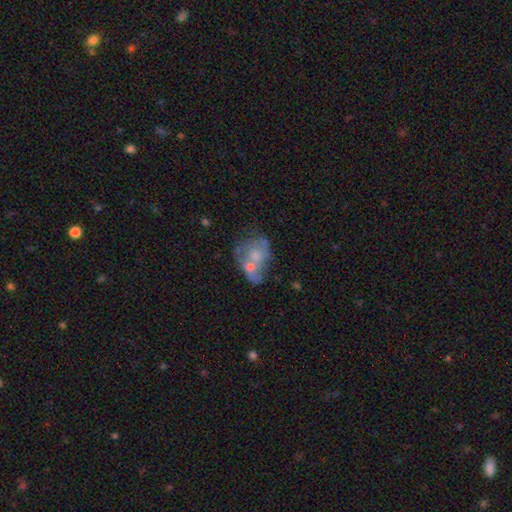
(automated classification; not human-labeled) Smooth or featured: featured or disk — 52% (smooth — 36%)
Edge-on disk: no — 97% (yes — 3%)
Bar: no — 84% (weak — 13%)
Spiral arms: no — 61% (yes — 39%)
Bulge size: moderate — 47% (small — 35%)
Merging: merger — 52% (none — 23%)